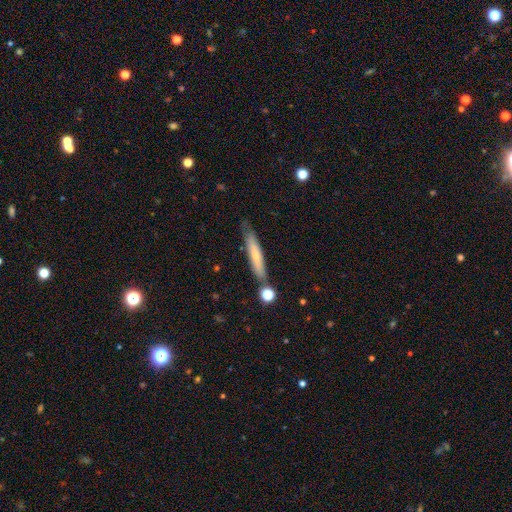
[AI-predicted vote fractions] smooth 62%, featured or disk 31%, star or artifact 7%. Down the decision tree: how rounded — cigar-shaped (91%); merging — none (72%).